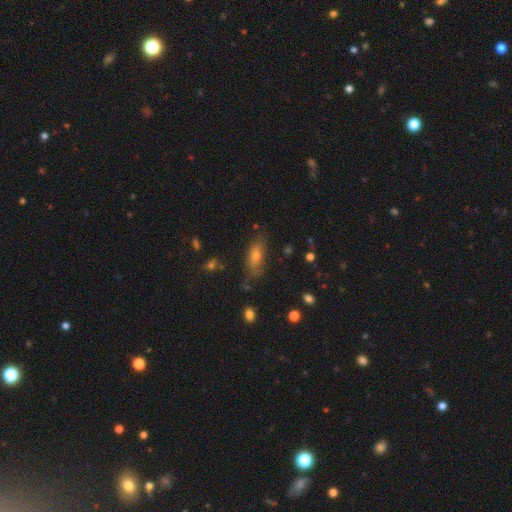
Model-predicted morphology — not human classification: This is likely a smooth galaxy (62%). How rounded: likely in between (61%). Merging: likely none (74%).